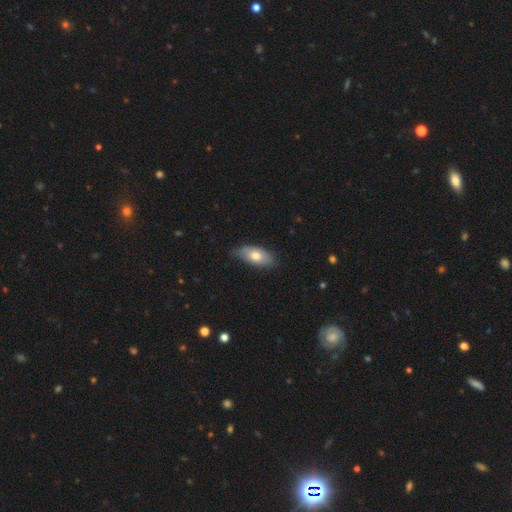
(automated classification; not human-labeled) A smooth galaxy with no disk features (69%) that is in between round and cigar-shaped (89%).

Vote fractions:
- Smooth or featured? smooth: 69% / featured or disk: 25% / star or artifact: 6%
- How rounded? in between: 89% / cigar-shaped: 8% / round: 3%
- Merging? none: 73% / minor disturbance: 22% / major disturbance: 3% / merger: 1%